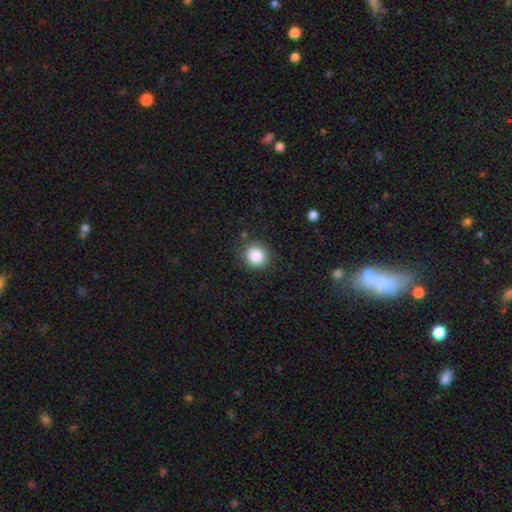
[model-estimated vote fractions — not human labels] Smooth or featured: smooth — 87% (star or artifact — 9%)
How rounded: round — 88% (in between — 11%)
Merging: none — 87% (minor disturbance — 9%)